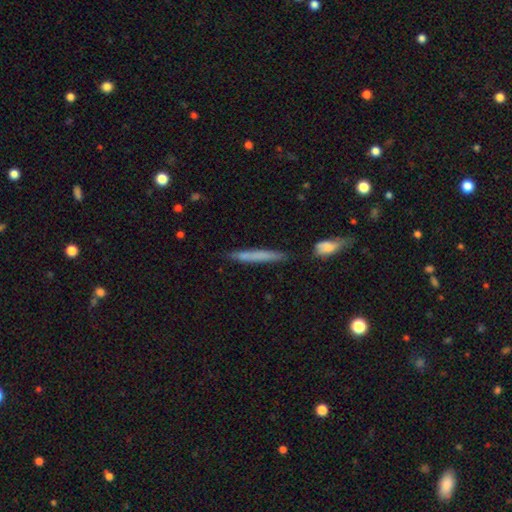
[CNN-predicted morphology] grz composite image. It shows a smooth galaxy with no disk features (65%) that is cigar-shaped (95%). Merging: none (83%).